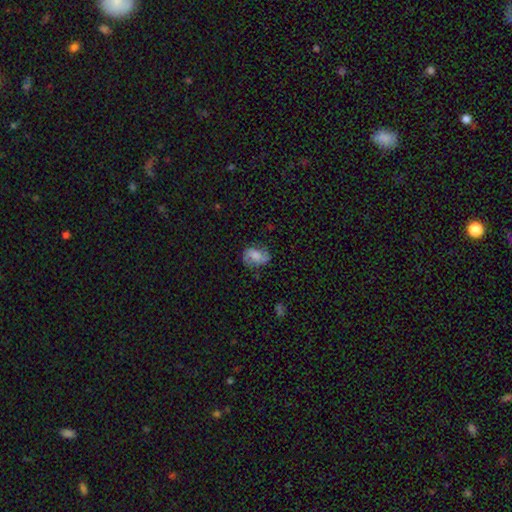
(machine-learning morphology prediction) The model was most divided on "smooth or featured": featured or disk: 51%, smooth: 40%, star or artifact: 9%. More confident: edge-on disk — no (97%); merging — none (68%).